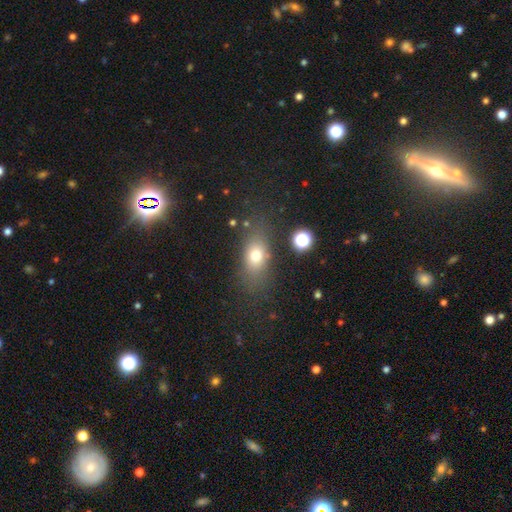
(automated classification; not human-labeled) This appears to be a smooth galaxy with no disk features (71%) that is in between round and cigar-shaped (70%). Merging: none (73%).